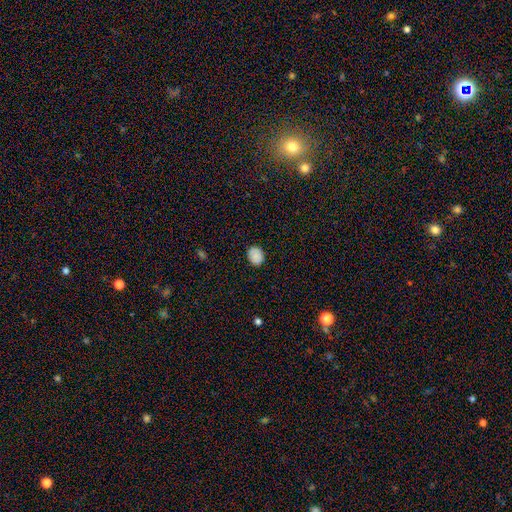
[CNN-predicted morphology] Smooth or featured: smooth — 86% (star or artifact — 9%)
How rounded: in between — 51% (round — 48%)
Merging: none — 85% (minor disturbance — 12%)